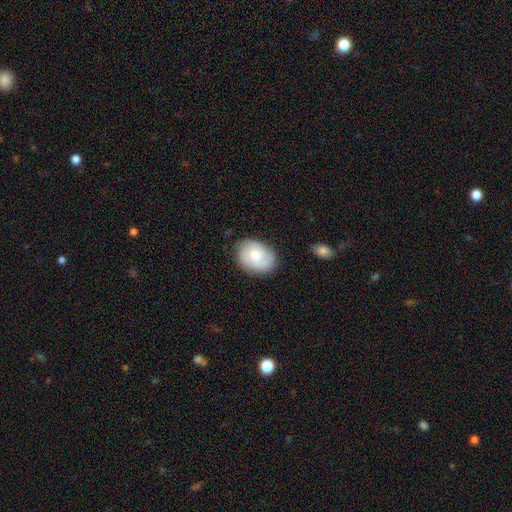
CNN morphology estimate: smooth_or_featured: featured or disk (p=0.57) [alt: smooth p=0.37]
disk_edge_on: no (p=0.97) [alt: yes p=0.03]
bar: no (p=0.68) [alt: weak p=0.29]
has_spiral_arms: yes (p=0.87) [alt: no p=0.13]
bulge_size: moderate (p=0.63) [alt: small p=0.28]
merging: none (p=0.74) [alt: minor disturbance p=0.19]